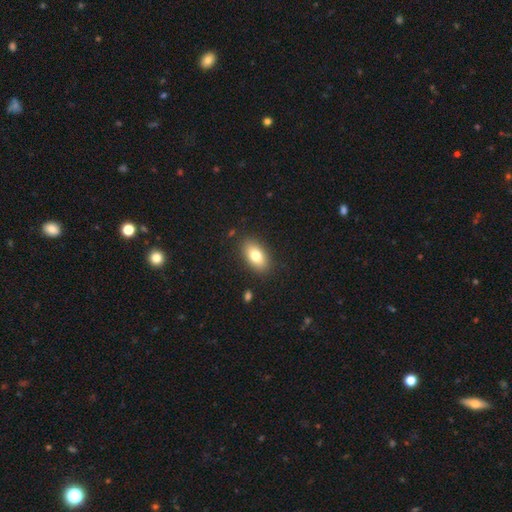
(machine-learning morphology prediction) smooth 78%, featured or disk 15%, star or artifact 8%. Down the decision tree: how rounded — in between (91%); merging — none (87%).